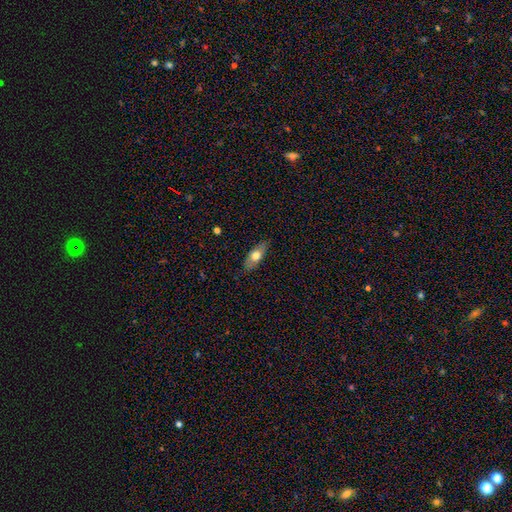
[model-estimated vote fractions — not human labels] This appears to be a smooth galaxy with no disk features (66%) that is in between round and cigar-shaped (77%). Merging: none (85%).